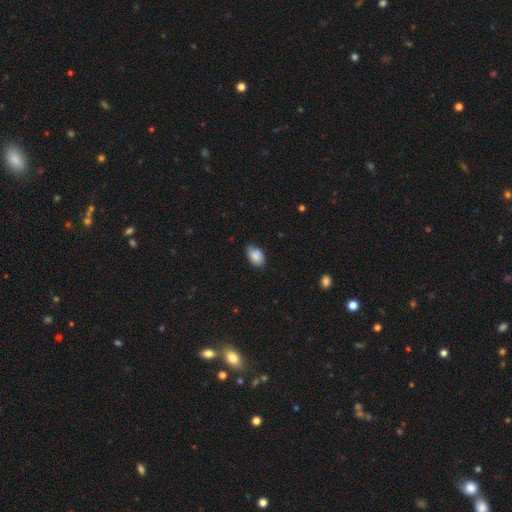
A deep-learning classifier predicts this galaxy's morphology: The model was most divided on "merging": none: 79%, minor disturbance: 17%, major disturbance: 3%, merger: 1%. More confident: how rounded — in between (91%); smooth or featured — smooth (85%).